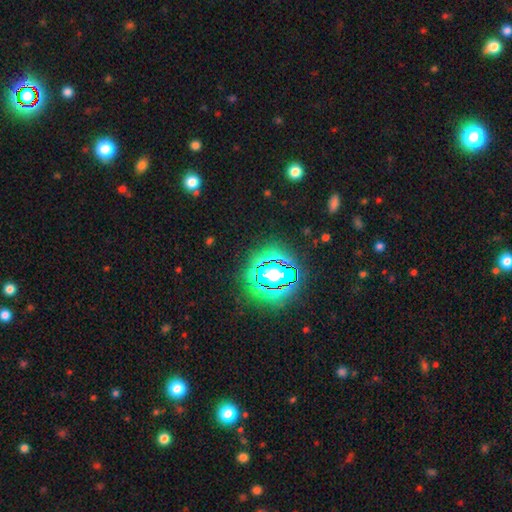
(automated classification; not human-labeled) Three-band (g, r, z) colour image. It shows a star or artifact, not a galaxy (75%).